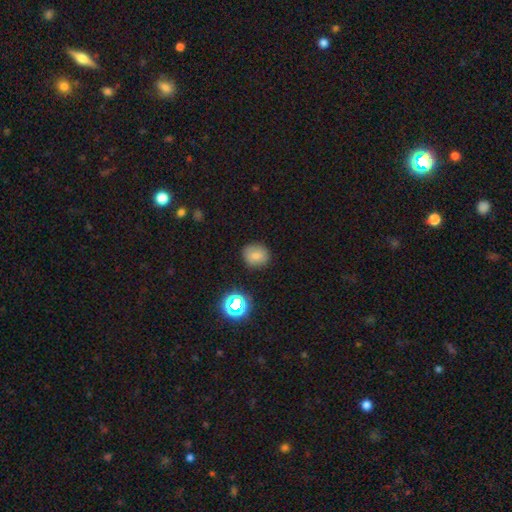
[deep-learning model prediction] A smooth galaxy with no disk features (74%) that is round (75%).

Vote fractions:
- Smooth or featured? smooth: 74% / star or artifact: 15% / featured or disk: 10%
- How rounded? round: 75% / in between: 24% / cigar-shaped: 1%
- Merging? none: 85% / minor disturbance: 11% / major disturbance: 3% / merger: 2%